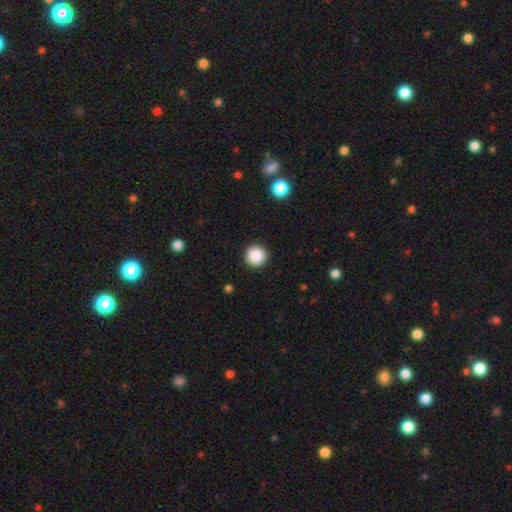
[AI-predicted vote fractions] Smooth or featured? Predicted: smooth (p=0.88). How rounded? Predicted: round (p=0.96). Merging? Predicted: none (p=0.92).